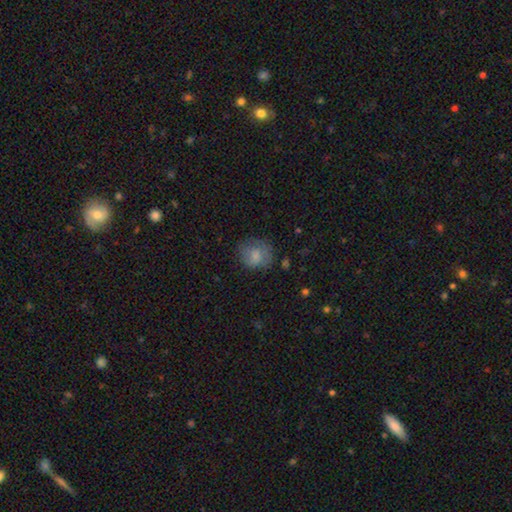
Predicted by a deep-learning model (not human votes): Smooth or featured: smooth — 76% (featured or disk — 15%)
How rounded: round — 73% (in between — 26%)
Merging: none — 64% (minor disturbance — 23%)